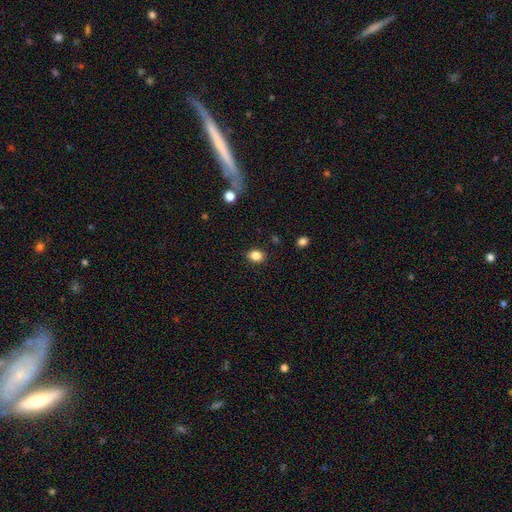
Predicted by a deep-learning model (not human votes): A smooth galaxy with no disk features (86%) that is in between round and cigar-shaped (56%).

Vote fractions:
- Smooth or featured? smooth: 86% / star or artifact: 10% / featured or disk: 4%
- How rounded? in between: 56% / round: 43% / cigar-shaped: 1%
- Merging? none: 87% / minor disturbance: 8% / major disturbance: 3% / merger: 2%